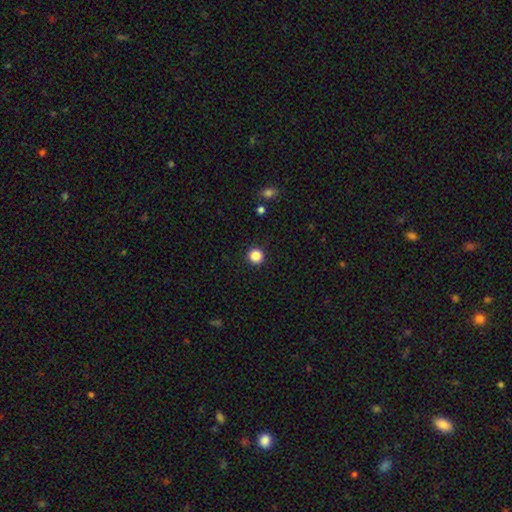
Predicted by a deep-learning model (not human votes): Smooth or featured? Predicted: smooth (p=0.86). How rounded? Predicted: round (p=0.95). Merging? Predicted: none (p=0.93).